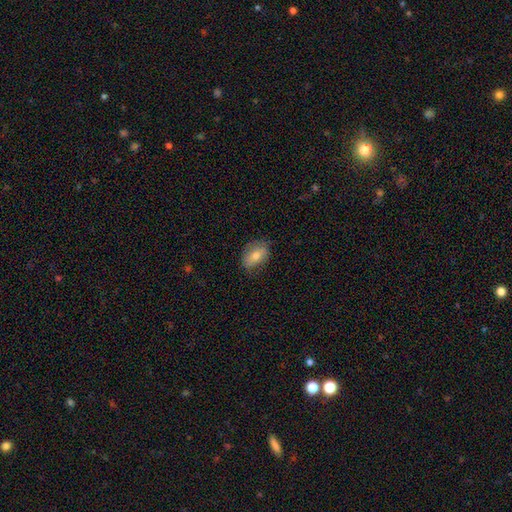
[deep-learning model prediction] Q: Smooth or featured?
A: smooth (64%); runner-up: featured or disk (28%)
Q: How rounded?
A: in between (82%); runner-up: round (16%)
Q: Merging?
A: none (73%); runner-up: minor disturbance (21%)